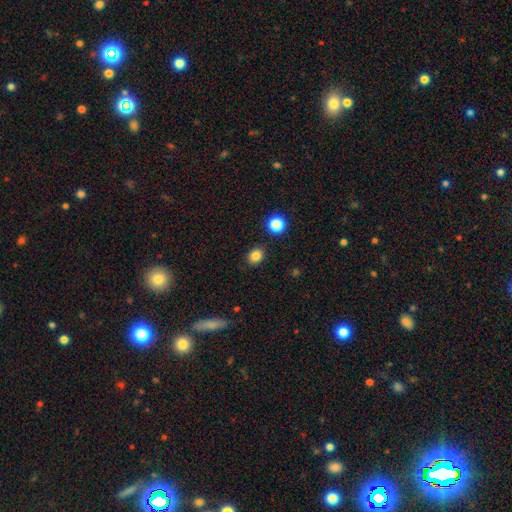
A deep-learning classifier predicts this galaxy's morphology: A smooth galaxy with no disk features (83%) that is round (67%).

Vote fractions:
- Smooth or featured? smooth: 83% / star or artifact: 12% / featured or disk: 5%
- How rounded? round: 67% / in between: 32% / cigar-shaped: 1%
- Merging? none: 88% / minor disturbance: 7% / major disturbance: 2% / merger: 2%